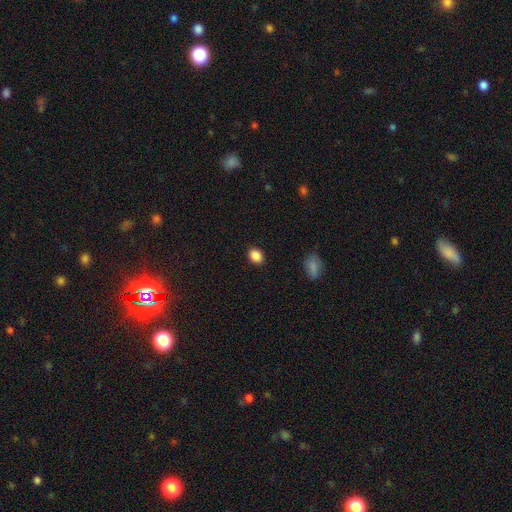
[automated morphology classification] A smooth galaxy with no disk features (88%) that is in between round and cigar-shaped (59%). Merging: none (89%).